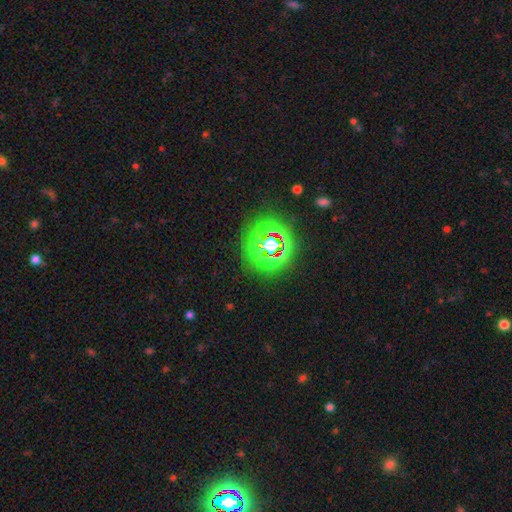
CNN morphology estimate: Smooth or featured: star or artifact — 71% (smooth — 20%)